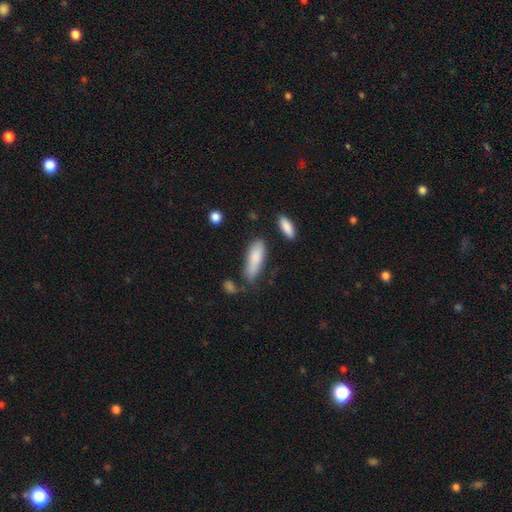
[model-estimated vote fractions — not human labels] This is clearly a smooth galaxy (81%). How rounded: possibly cigar-shaped (51%). Merging: likely none (67%).